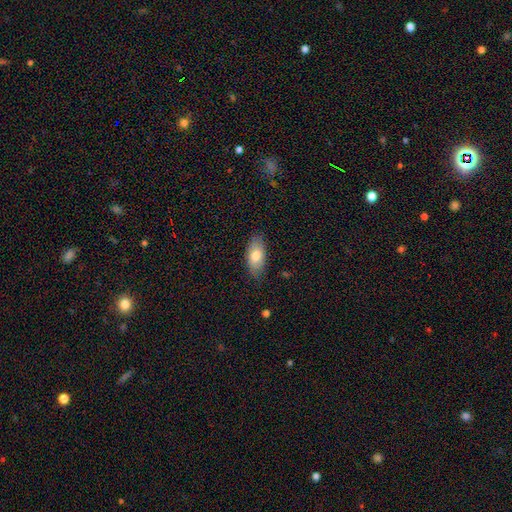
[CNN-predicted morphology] type=smooth (78%); roundness=in between (90%); merging=none (82%).